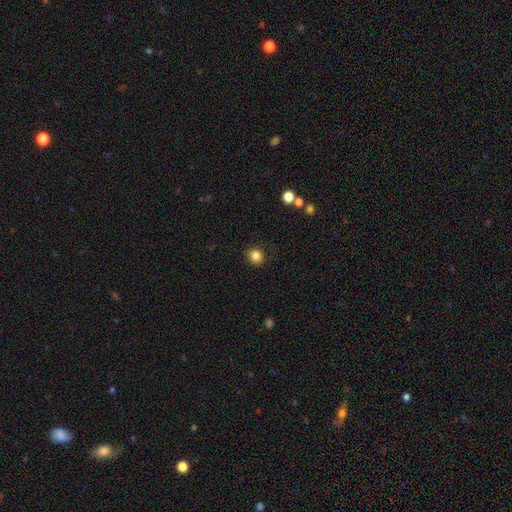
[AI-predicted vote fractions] smooth_or_featured: smooth (p=0.85) [alt: star or artifact p=0.11]
how_rounded: round (p=0.78) [alt: in between p=0.21]
merging: none (p=0.87) [alt: minor disturbance p=0.10]